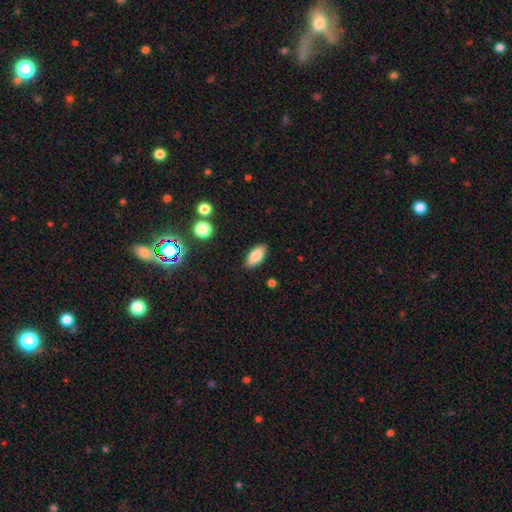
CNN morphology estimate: Smooth or featured: smooth — 84% (featured or disk — 8%)
How rounded: in between — 89% (cigar-shaped — 8%)
Merging: none — 88% (minor disturbance — 9%)